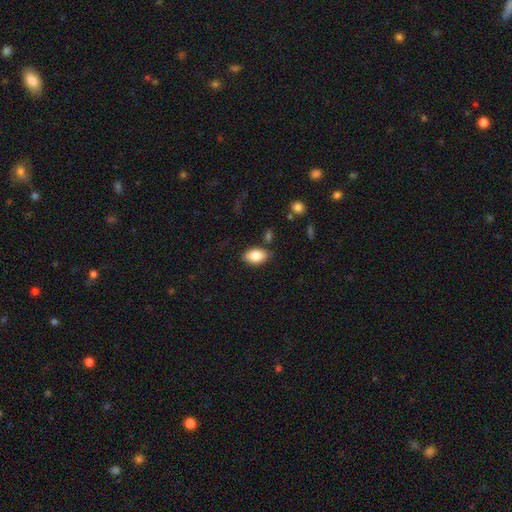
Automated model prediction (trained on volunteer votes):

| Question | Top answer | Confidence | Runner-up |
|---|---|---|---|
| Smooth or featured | smooth | 85% | featured or disk (8%) |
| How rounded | in between | 91% | round (7%) |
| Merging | none | 81% | minor disturbance (13%) |